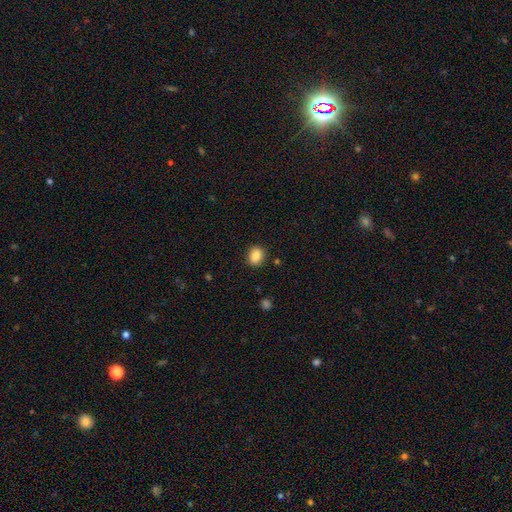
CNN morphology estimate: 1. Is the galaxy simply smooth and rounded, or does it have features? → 87% smooth, 9% star or artifact, 4% featured or disk.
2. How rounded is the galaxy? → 50% round, 49% in between, 1% cigar-shaped.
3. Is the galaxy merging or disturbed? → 87% none, 9% minor disturbance, 2% major disturbance, 2% merger.